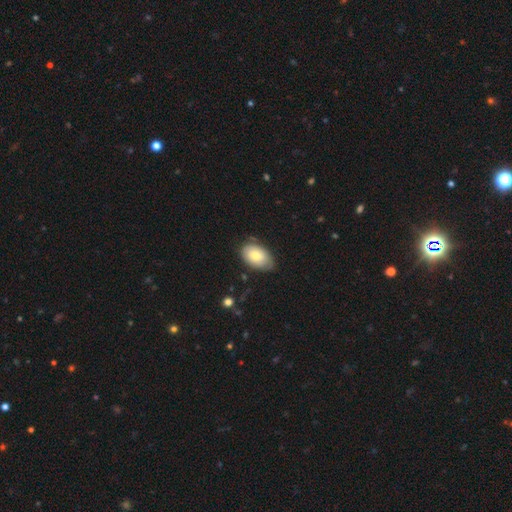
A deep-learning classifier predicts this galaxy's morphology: smooth 72%, featured or disk 22%, star or artifact 6%. Down the decision tree: how rounded — in between (92%); merging — none (71%).